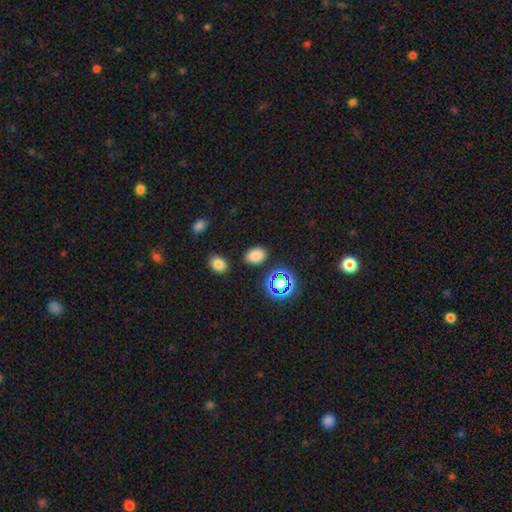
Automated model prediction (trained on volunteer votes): smooth_or_featured: smooth (p=0.78) [alt: star or artifact p=0.16]
how_rounded: in between (p=0.82) [alt: round p=0.16]
merging: none (p=0.84) [alt: minor disturbance p=0.10]